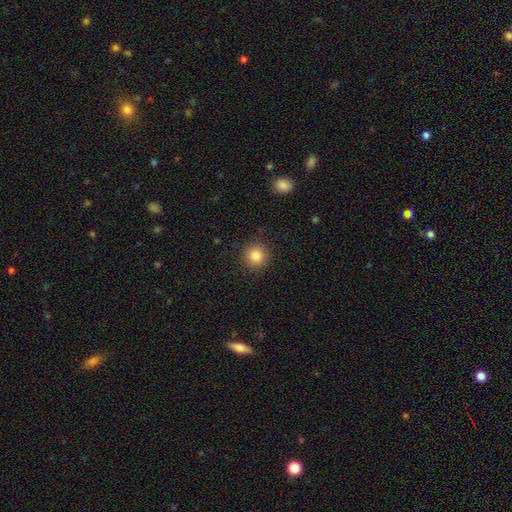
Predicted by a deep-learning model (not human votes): This appears to be a smooth galaxy with no disk features (85%) that is round (93%). Merging: none (90%).